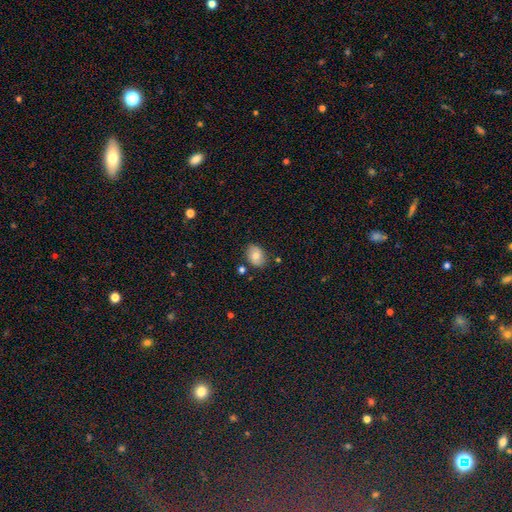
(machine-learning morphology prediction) This is likely a smooth galaxy (71%). How rounded: likely in between (66%). Merging: clearly none (81%).